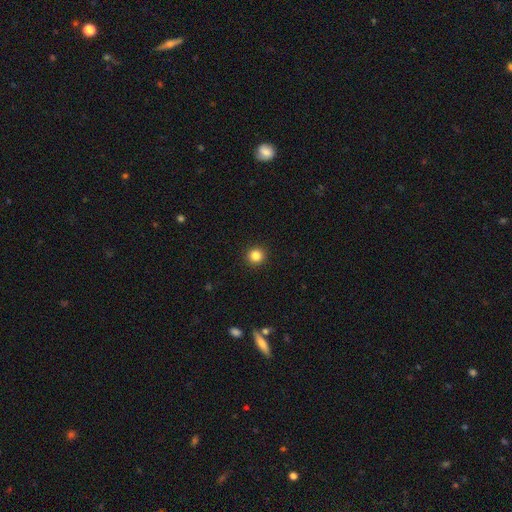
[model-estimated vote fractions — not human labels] This is clearly a smooth galaxy (85%). How rounded: clearly round (94%). Merging: clearly none (93%).